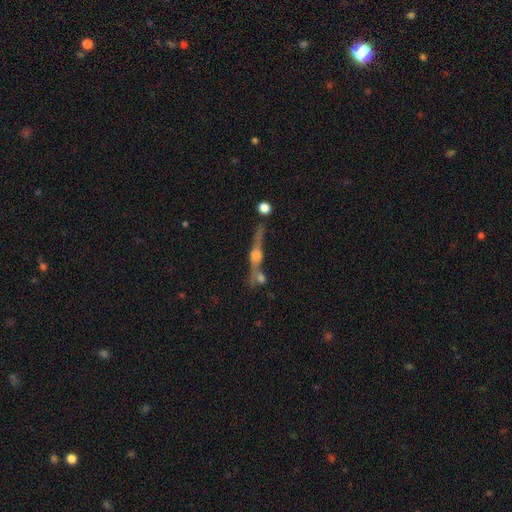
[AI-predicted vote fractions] smooth_or_featured: featured or disk (p=0.76) [alt: smooth p=0.14]
disk_edge_on: yes (p=0.92) [alt: no p=0.08]
edge_on_bulge: rounded (p=0.89) [alt: boxy p=0.07]
merging: none (p=0.59) [alt: merger p=0.21]